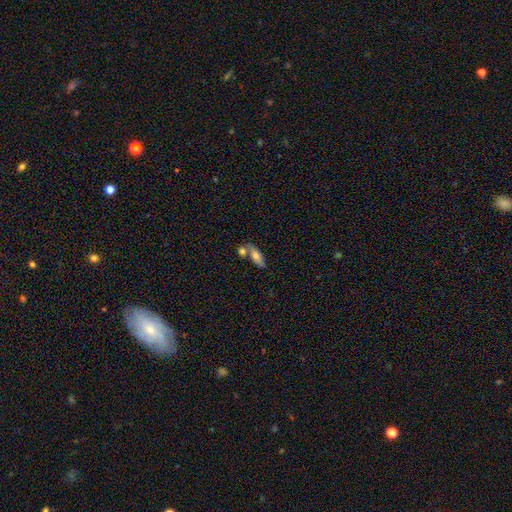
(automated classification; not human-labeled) Smooth or featured? Predicted: smooth (p=0.71). How rounded? Predicted: in between (p=0.72). Merging? Predicted: none (p=0.57).